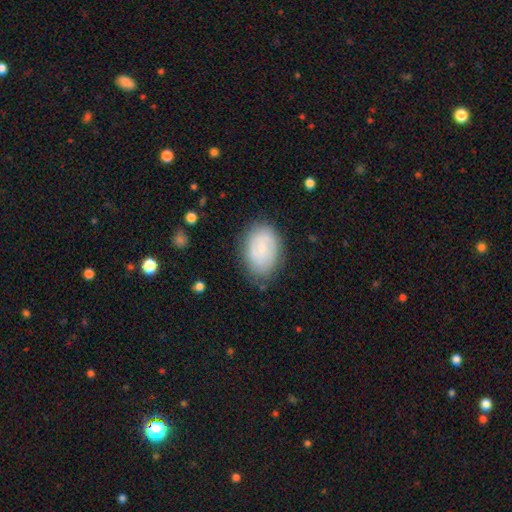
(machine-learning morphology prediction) This appears to be a featured or disk galaxy (49%). Merging: none (73%).